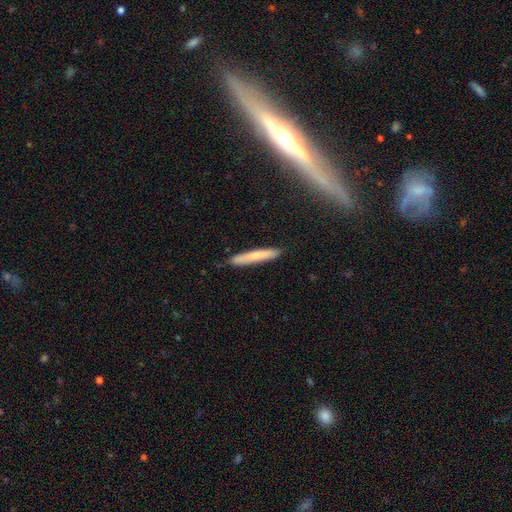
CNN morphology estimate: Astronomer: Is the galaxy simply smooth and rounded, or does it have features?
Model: smooth — 70%.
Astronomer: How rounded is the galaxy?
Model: cigar-shaped — 95%.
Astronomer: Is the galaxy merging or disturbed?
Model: none — 88%.